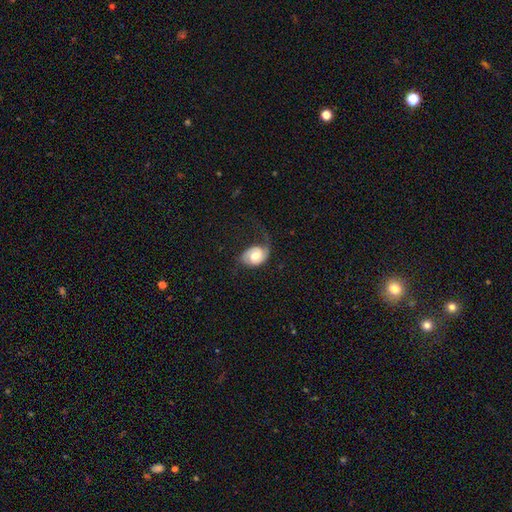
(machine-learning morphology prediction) smooth-or-featured: featured or disk: 67% | smooth: 26% | star or artifact: 6%
  disk-edge-on: no: 97% | yes: 3%
    bar: no: 46% | weak: 41% | strong: 13%
    has-spiral-arms: yes: 90% | no: 10%
      spiral-winding: medium: 37% | loose: 36% | tight: 27%
      spiral-arm-count: 2: 65% | 1: 27% | can't tell: 5% | 3: 1% | 4: 1% | more than 4: 1%
    bulge-size: moderate: 59% | large: 24% | small: 11% | dominant: 3% | none: 2%
  merging: none: 44% | major disturbance: 30% | minor disturbance: 25% | merger: 2%